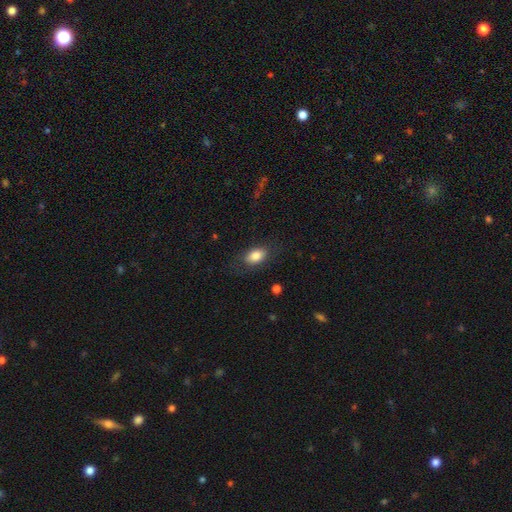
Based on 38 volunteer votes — smooth 79%, featured or disk 21%, star or artifact 0%. Down the decision tree: how rounded — in between (100%); merging — none (92%).